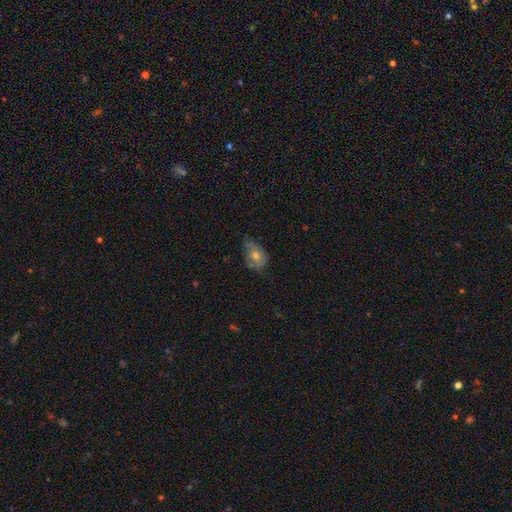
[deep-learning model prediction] A smooth galaxy with no disk features (48%).

Vote fractions:
- Smooth or featured? smooth: 48% / featured or disk: 39% / star or artifact: 12%
- Merging? none: 49% / minor disturbance: 34% / major disturbance: 14% / merger: 2%